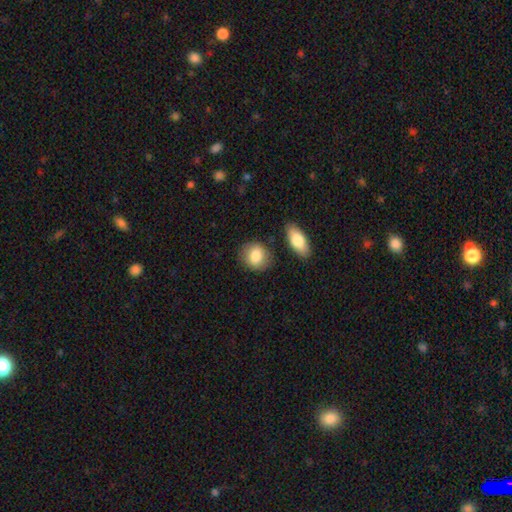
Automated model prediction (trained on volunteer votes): Morphology: type=smooth (84%); roundness=round (61%); merging=none (78%).